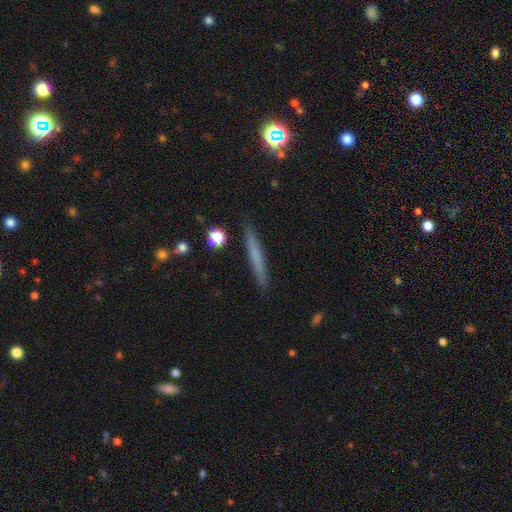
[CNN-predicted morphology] A smooth galaxy with no disk features (60%) that is cigar-shaped (96%). Merging: none (90%).